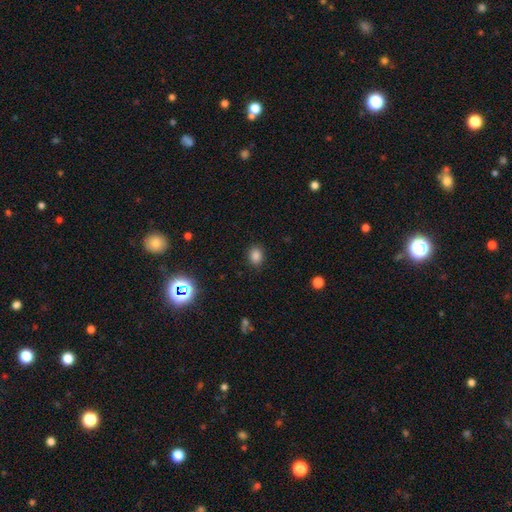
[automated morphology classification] smooth 83%, star or artifact 13%, featured or disk 4%. Down the decision tree: how rounded — in between (51%); merging — none (88%).